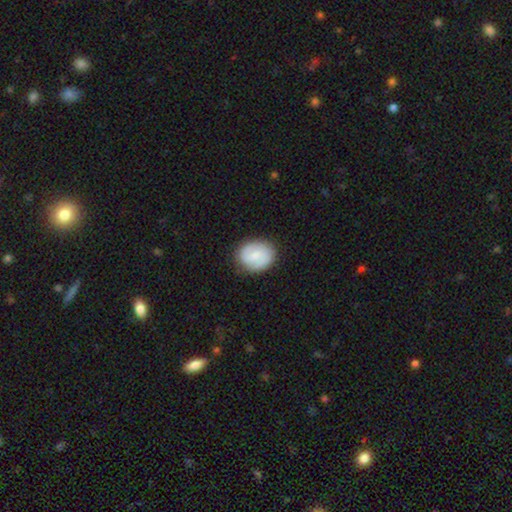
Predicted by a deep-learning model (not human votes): smooth 49%, featured or disk 45%, star or artifact 6%. Down the decision tree: merging — none (84%).